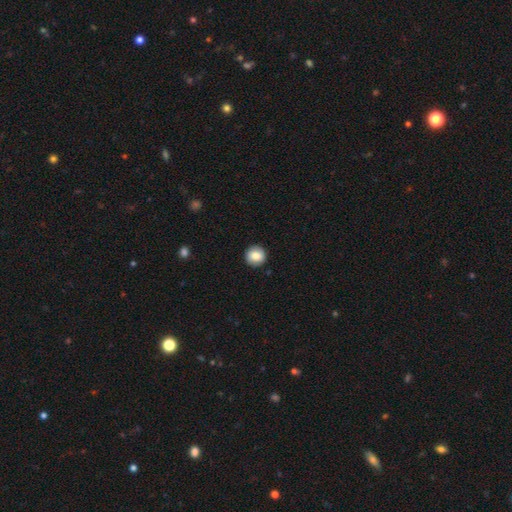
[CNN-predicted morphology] smooth 82%, featured or disk 10%, star or artifact 8%. Down the decision tree: how rounded — round (93%); merging — none (92%).